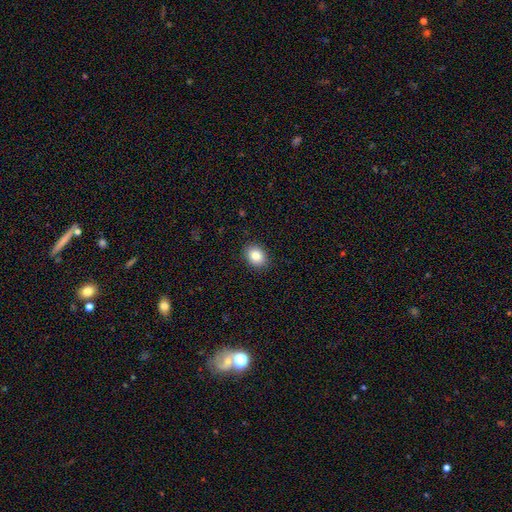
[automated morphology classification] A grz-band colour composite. It shows a smooth galaxy with no disk features (84%) that is in between round and cigar-shaped (58%). Merging: none (90%).